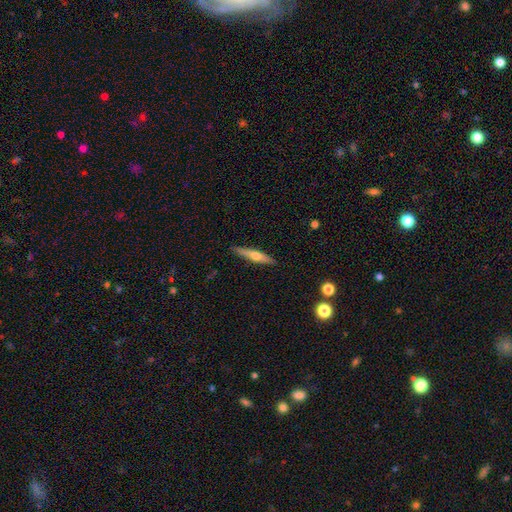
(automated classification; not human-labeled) Smooth or featured? featured or disk (56%)
Edge-on disk? yes (96%)
Edge-on bulge? rounded (90%)
Merging? none (89%)